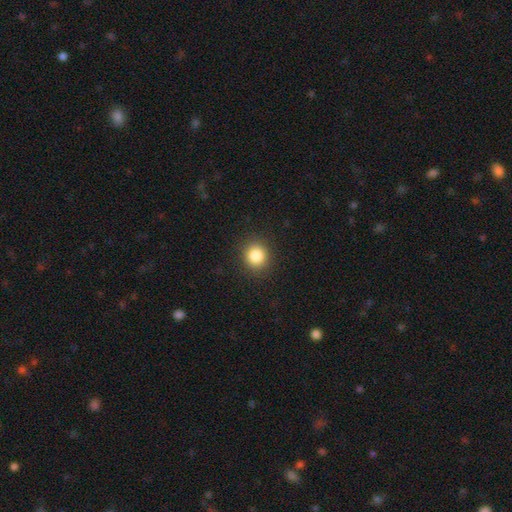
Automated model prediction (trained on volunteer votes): The model was most divided on "how rounded": round: 85%, in between: 14%, cigar-shaped: 1%. More confident: merging — none (90%); smooth or featured — smooth (85%).